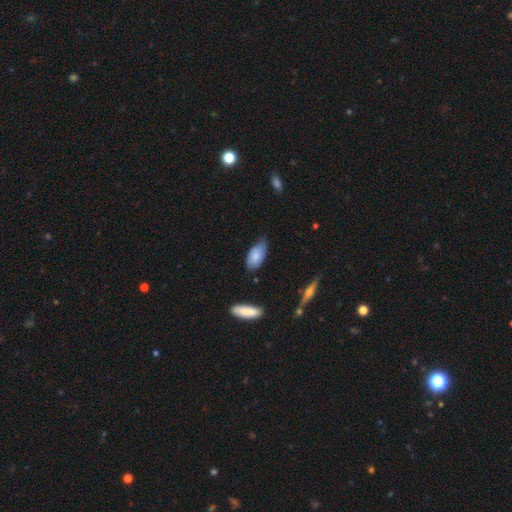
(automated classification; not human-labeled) The model was most divided on "merging": none: 58%, minor disturbance: 35%, major disturbance: 5%, merger: 2%. More confident: how rounded — in between (92%); smooth or featured — smooth (80%).